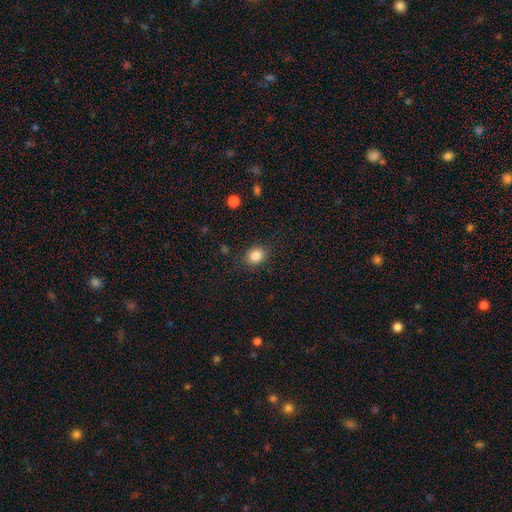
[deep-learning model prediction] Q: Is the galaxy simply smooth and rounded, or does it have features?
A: smooth — 84%.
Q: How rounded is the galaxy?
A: round — 54%.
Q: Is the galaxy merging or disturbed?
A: none — 85%.